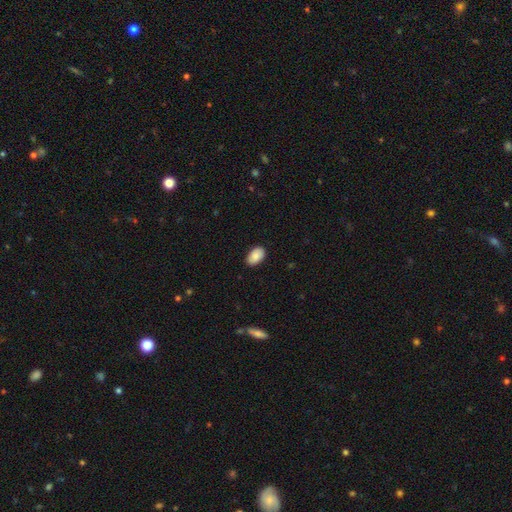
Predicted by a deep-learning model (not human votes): Smooth or featured?
  - smooth: 87% *
  - featured or disk: 7%
  - star or artifact: 7%
How rounded?
  - in between: 92% *
  - round: 7%
  - cigar-shaped: 1%
Merging?
  - none: 87% *
  - minor disturbance: 10%
  - major disturbance: 2%
  - merger: 1%